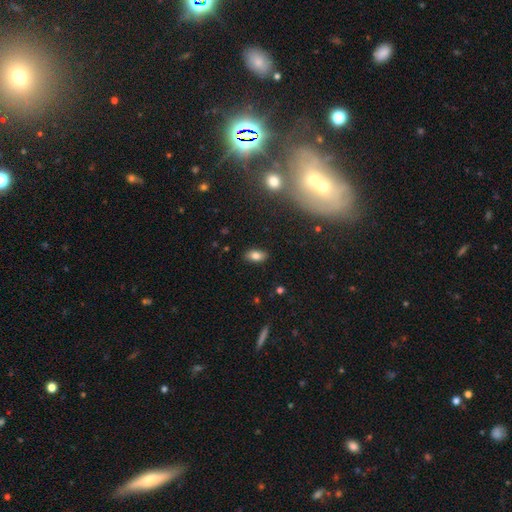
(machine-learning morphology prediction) A smooth galaxy with no disk features (80%) that is in between round and cigar-shaped (90%). Merging: none (87%).